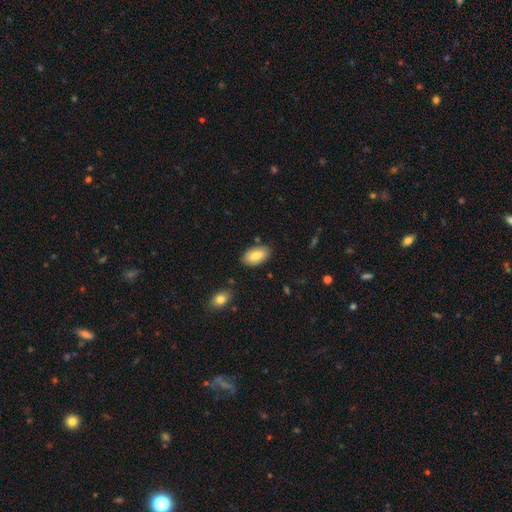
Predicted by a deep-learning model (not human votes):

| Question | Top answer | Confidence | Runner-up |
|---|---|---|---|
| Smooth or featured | smooth | 80% | featured or disk (14%) |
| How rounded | in between | 95% | round (3%) |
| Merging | none | 83% | minor disturbance (12%) |